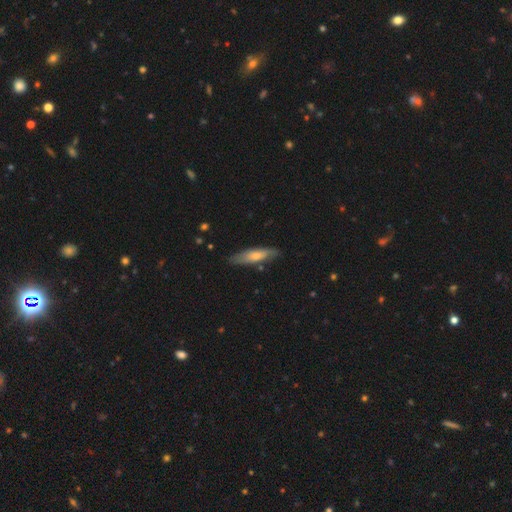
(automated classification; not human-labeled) The model was most divided on "smooth or featured": smooth: 60%, featured or disk: 35%, star or artifact: 5%. More confident: merging — none (76%); how rounded — cigar-shaped (67%).